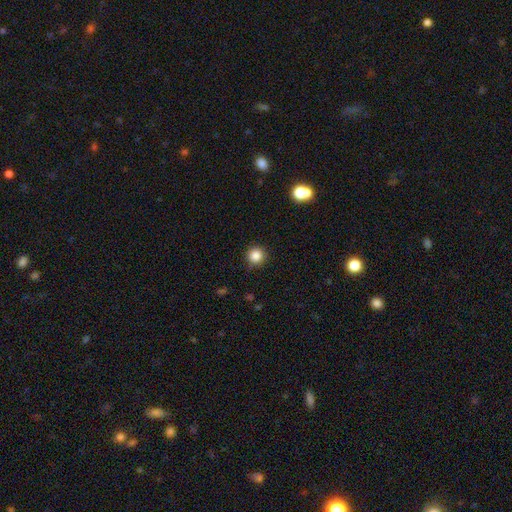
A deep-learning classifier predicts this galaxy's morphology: Q: Smooth or featured?
A: smooth (85%); runner-up: star or artifact (11%)
Q: How rounded?
A: round (95%); runner-up: in between (4%)
Q: Merging?
A: none (88%); runner-up: minor disturbance (8%)